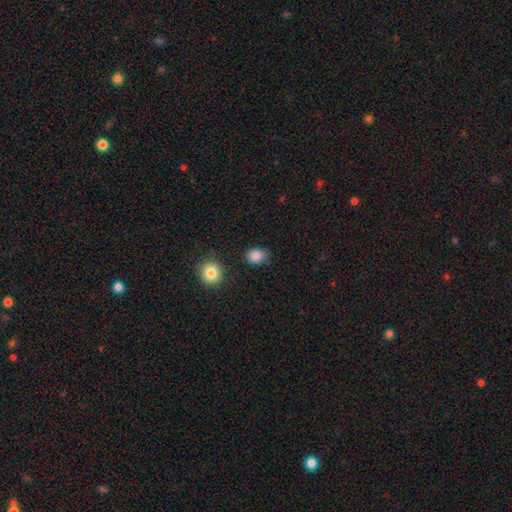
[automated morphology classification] This is clearly a smooth galaxy (87%). How rounded: possibly in between (56%). Merging: clearly none (80%).